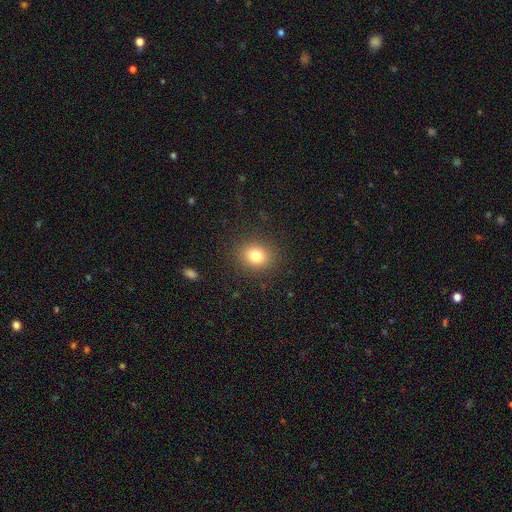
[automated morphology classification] This is likely a smooth galaxy (79%). How rounded: likely round (66%). Merging: clearly none (88%).